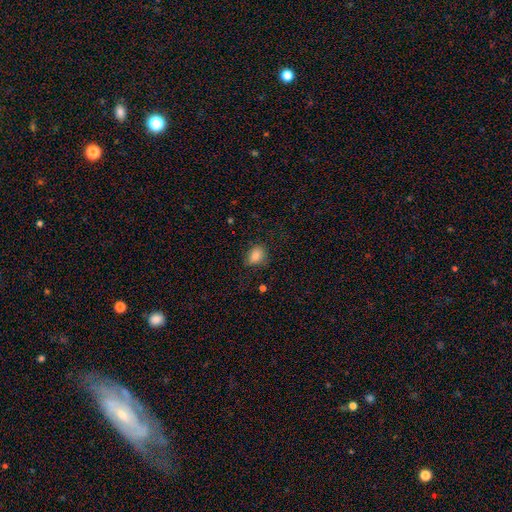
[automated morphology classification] Overall: smooth (84%). How rounded: in between (60%; round 39%). Merging: none (73%).